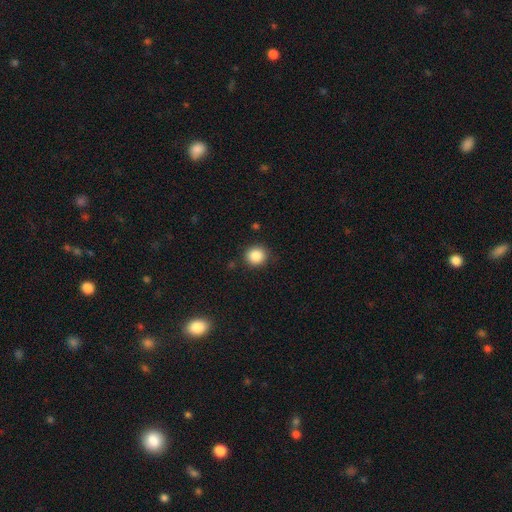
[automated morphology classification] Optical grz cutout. It shows a smooth galaxy with no disk features (87%) that is round (89%). Merging: none (89%).